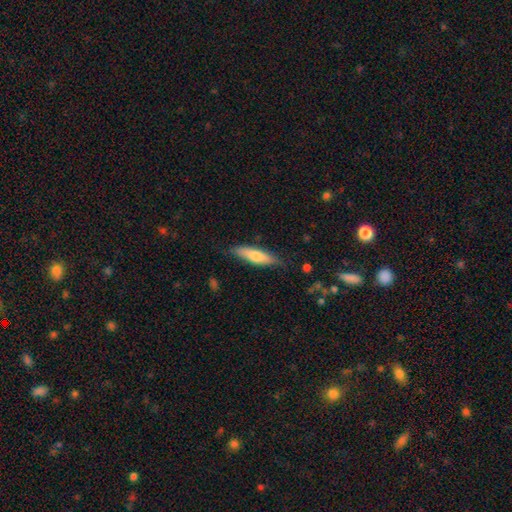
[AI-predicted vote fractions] This appears to be a smooth galaxy with no disk features (66%) that is cigar-shaped (72%). Merging: none (81%).